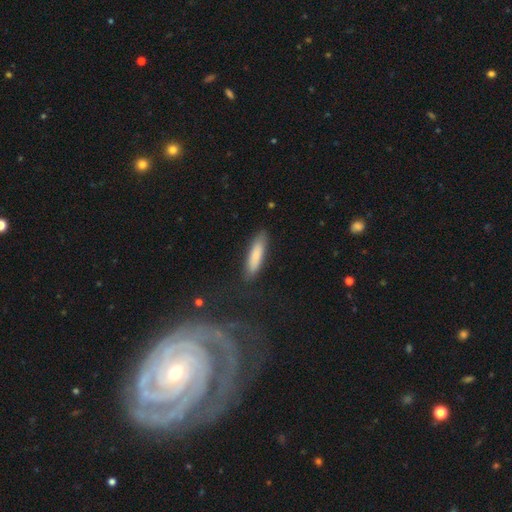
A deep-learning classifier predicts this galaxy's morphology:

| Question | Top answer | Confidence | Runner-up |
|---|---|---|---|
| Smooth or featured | smooth | 83% | featured or disk (12%) |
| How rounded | cigar-shaped | 76% | in between (22%) |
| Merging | none | 86% | minor disturbance (10%) |